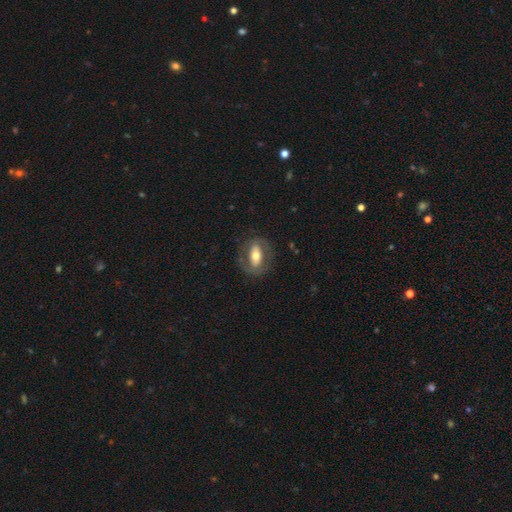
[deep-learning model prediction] featured or disk 54%, smooth 40%, star or artifact 6%. Down the decision tree: edge-on disk — no (90%); merging — none (73%).